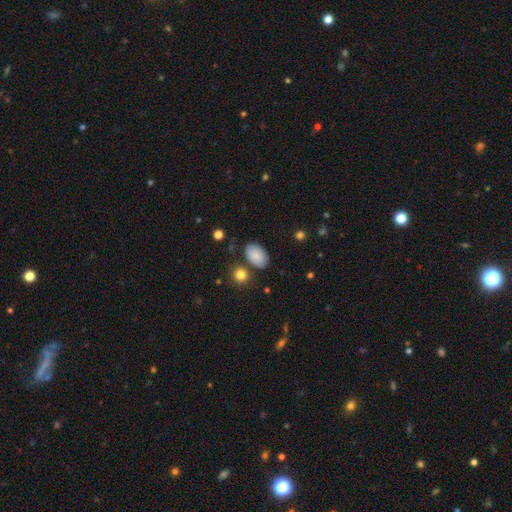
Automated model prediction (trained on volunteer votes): Smooth or featured? smooth (85%)
How rounded? in between (91%)
Merging? none (77%)